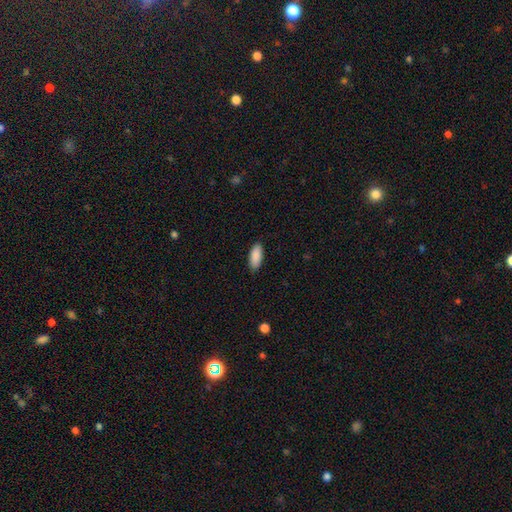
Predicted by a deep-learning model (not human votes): Smooth or featured? Predicted: smooth (p=0.90). How rounded? Predicted: in between (p=0.81). Merging? Predicted: none (p=0.87).